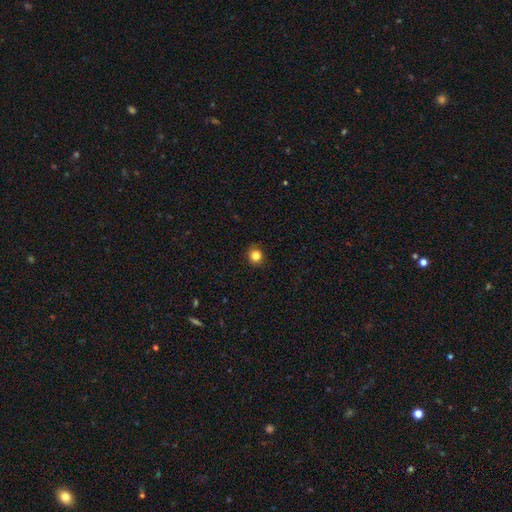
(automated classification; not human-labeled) Smooth or featured? smooth (83%)
How rounded? round (91%)
Merging? none (91%)